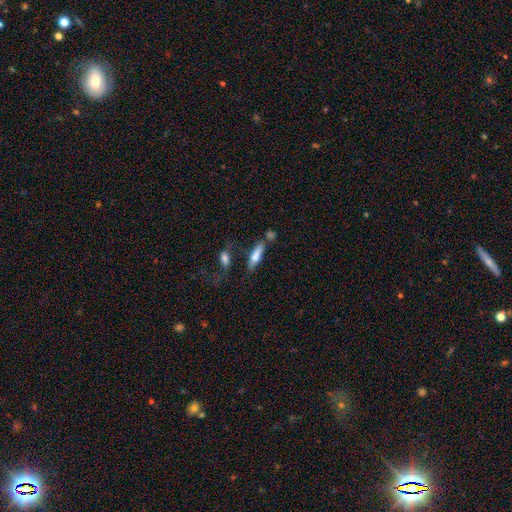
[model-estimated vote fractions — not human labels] Smooth or featured?
  - smooth: 68% *
  - featured or disk: 24%
  - star or artifact: 8%
How rounded?
  - cigar-shaped: 64% *
  - in between: 34%
  - round: 2%
Merging?
  - none: 53% *
  - minor disturbance: 20%
  - merger: 17%
  - major disturbance: 10%